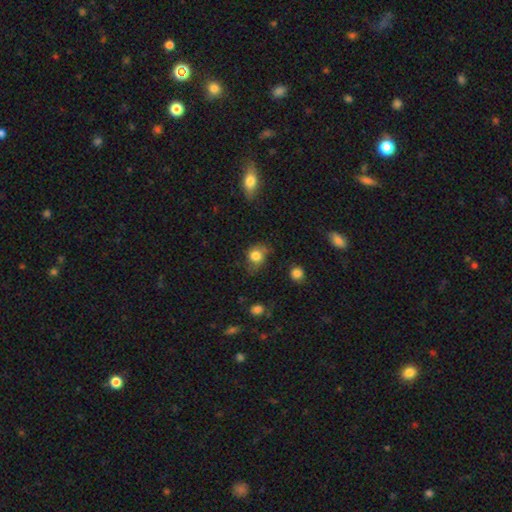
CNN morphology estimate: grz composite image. It shows a smooth galaxy with no disk features (78%) that is round (63%). Merging: none (53%).